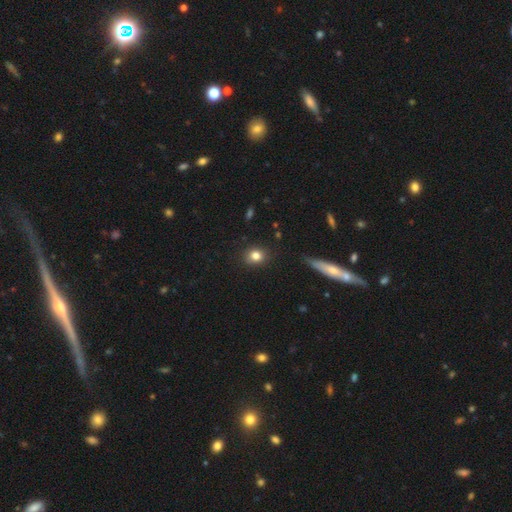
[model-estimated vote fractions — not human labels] Smooth or featured? smooth (82%)
How rounded? round (71%)
Merging? none (85%)